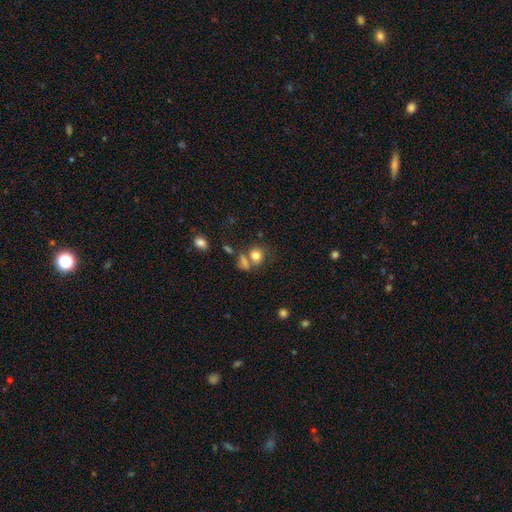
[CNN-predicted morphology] smooth_or_featured: smooth (p=0.78) [alt: star or artifact p=0.12]
how_rounded: round (p=0.70) [alt: in between p=0.28]
merging: none (p=0.50) [alt: merger p=0.30]